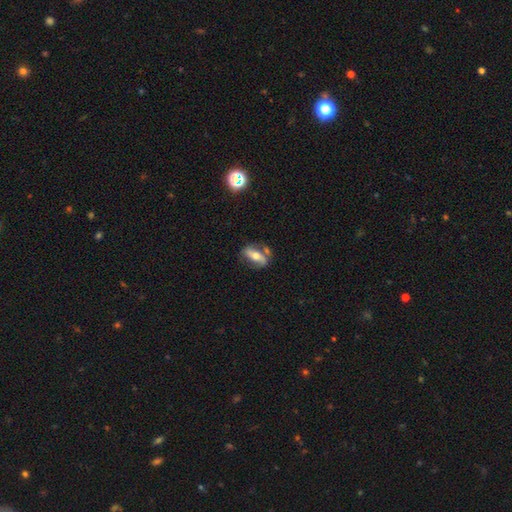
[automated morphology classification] Smooth or featured? featured or disk (52%)
Edge-on disk? no (67%)
Merging? none (60%)